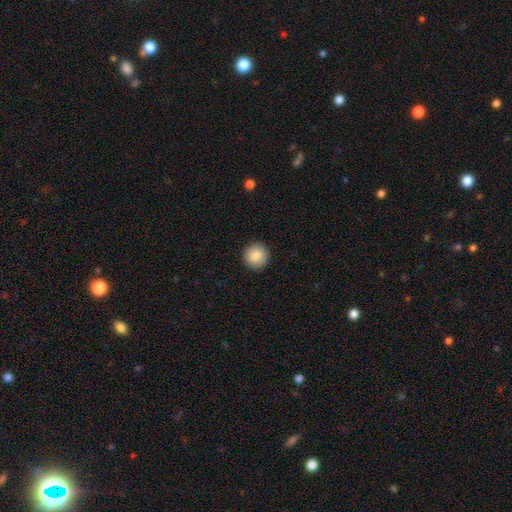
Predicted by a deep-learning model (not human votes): smooth 87%, star or artifact 8%, featured or disk 6%. Down the decision tree: how rounded — round (94%); merging — none (92%).